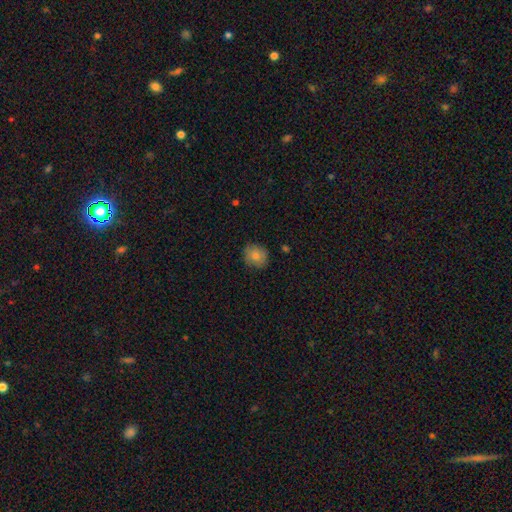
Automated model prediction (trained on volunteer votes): Smooth or featured? Predicted: smooth (p=0.76). How rounded? Predicted: round (p=0.78). Merging? Predicted: none (p=0.83).